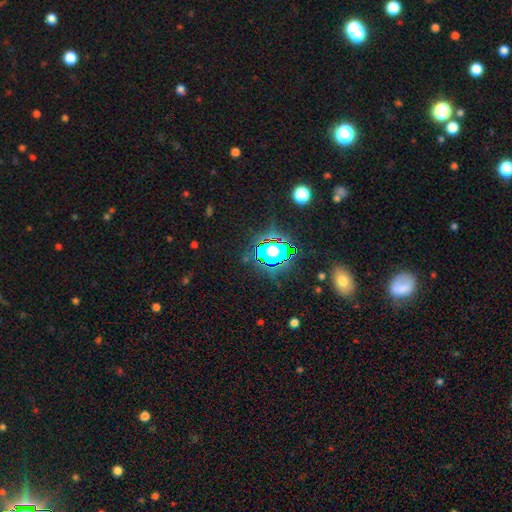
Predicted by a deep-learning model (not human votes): Smooth or featured? Predicted: star or artifact (p=0.79).